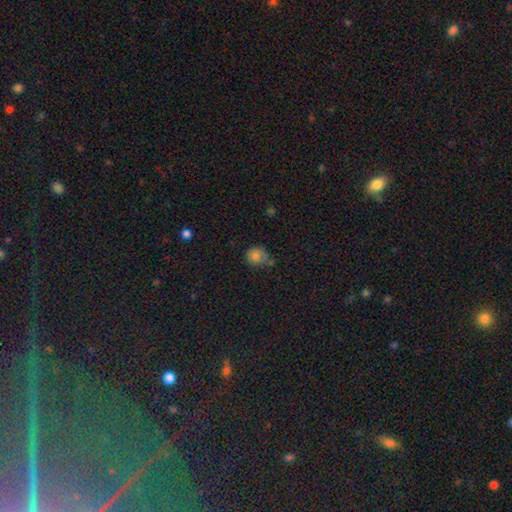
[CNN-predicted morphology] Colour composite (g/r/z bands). It shows a smooth galaxy with no disk features (78%) that is round (79%). Merging: none (54%).